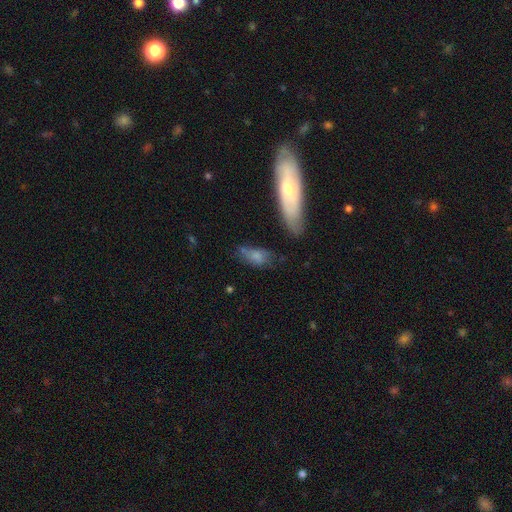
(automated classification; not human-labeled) Smooth or featured?
  - smooth: 68% *
  - featured or disk: 21%
  - star or artifact: 10%
How rounded?
  - in between: 76% *
  - cigar-shaped: 18%
  - round: 6%
Merging?
  - none: 46% *
  - minor disturbance: 28%
  - major disturbance: 17%
  - merger: 9%